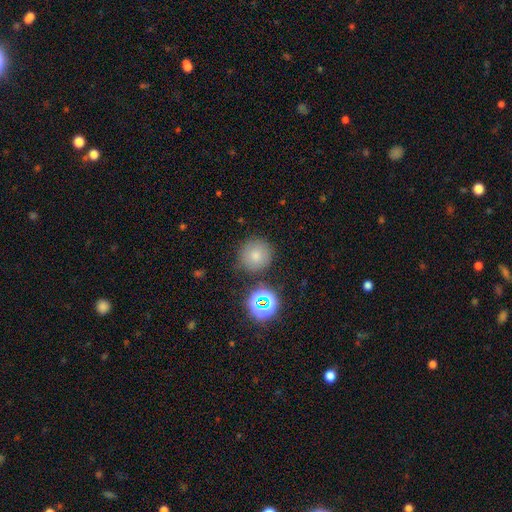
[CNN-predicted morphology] smooth_or_featured: smooth (p=0.74) [alt: star or artifact p=0.16]
how_rounded: round (p=0.94) [alt: in between p=0.05]
merging: none (p=0.81) [alt: minor disturbance p=0.10]